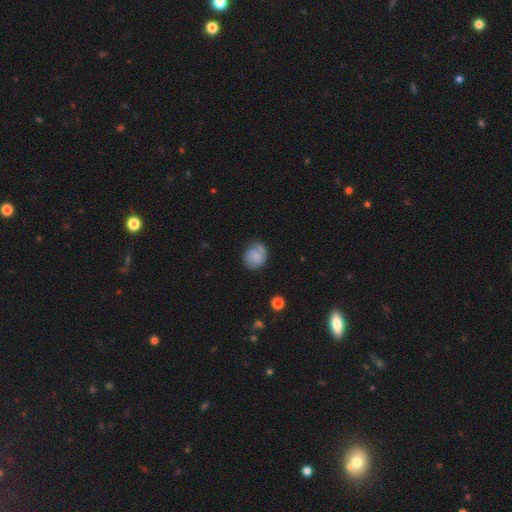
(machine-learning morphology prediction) smooth 62%, featured or disk 30%, star or artifact 9%. Down the decision tree: how rounded — round (68%); merging — none (55%).